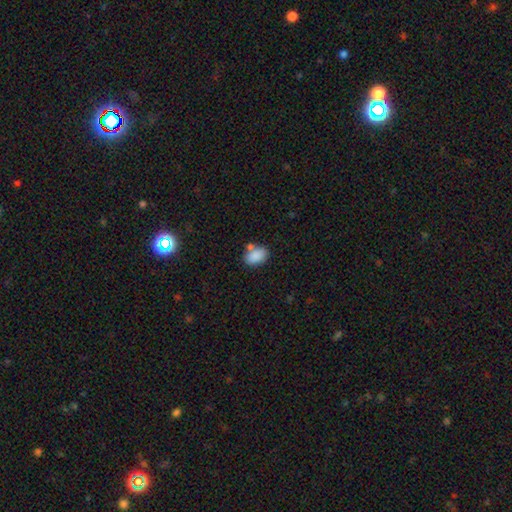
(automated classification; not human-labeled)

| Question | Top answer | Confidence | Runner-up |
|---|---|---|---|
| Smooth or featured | smooth | 87% | star or artifact (8%) |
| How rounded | in between | 86% | round (13%) |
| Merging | none | 66% | merger (15%) |